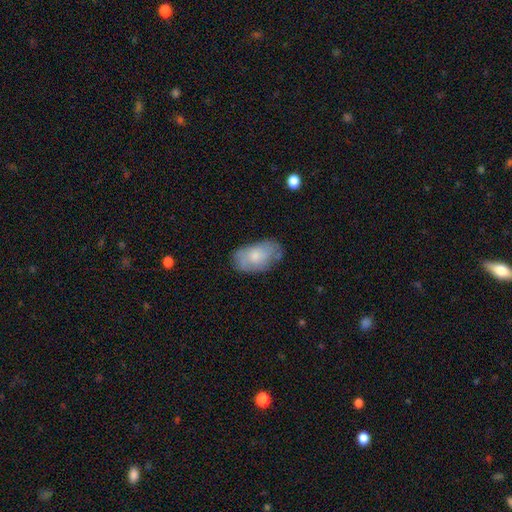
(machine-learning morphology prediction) Q: Smooth or featured?
A: smooth (65%); runner-up: featured or disk (29%)
Q: How rounded?
A: in between (93%); runner-up: round (5%)
Q: Merging?
A: none (65%); runner-up: minor disturbance (26%)